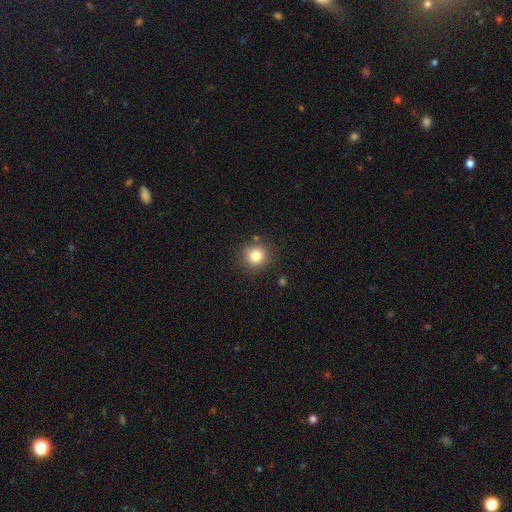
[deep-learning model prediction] A smooth galaxy with no disk features (82%) that is round (90%).

Vote fractions:
- Smooth or featured? smooth: 82% / star or artifact: 11% / featured or disk: 6%
- How rounded? round: 90% / in between: 9% / cigar-shaped: 1%
- Merging? none: 84% / minor disturbance: 9% / merger: 3% / major disturbance: 3%